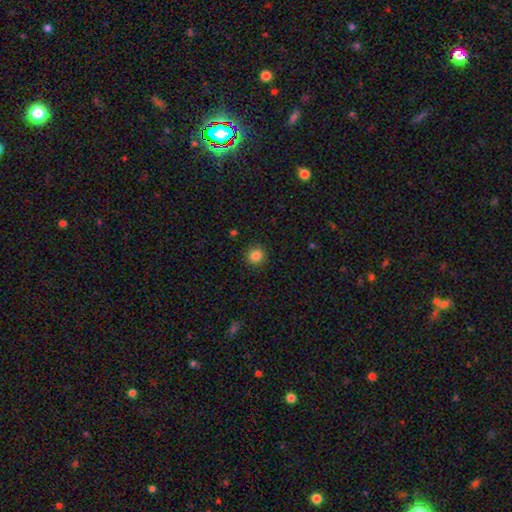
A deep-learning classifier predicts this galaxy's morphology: Smooth or featured? Predicted: smooth (p=0.84). How rounded? Predicted: round (p=0.91). Merging? Predicted: none (p=0.90).